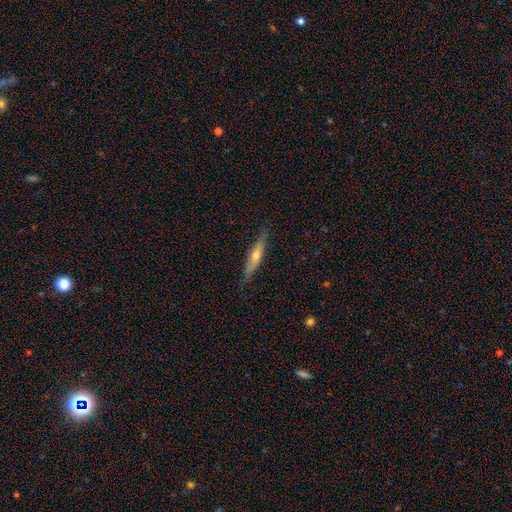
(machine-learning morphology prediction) type=featured or disk (54%); edge-on=yes (90%); merging=none (84%).